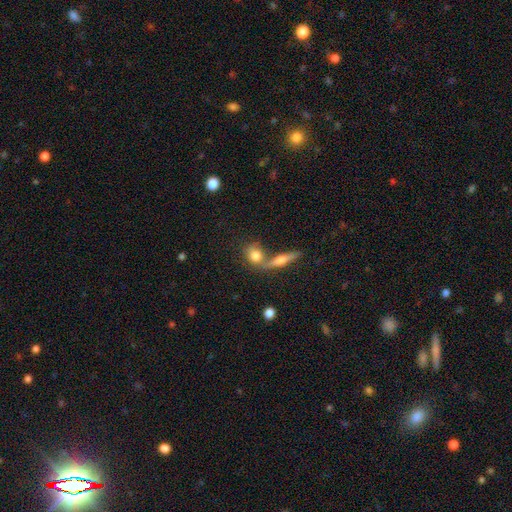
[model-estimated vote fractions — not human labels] The model was most divided on "how rounded": round: 49%, in between: 42%, cigar-shaped: 9%. More confident: smooth or featured — smooth (71%); merging — none (51%).